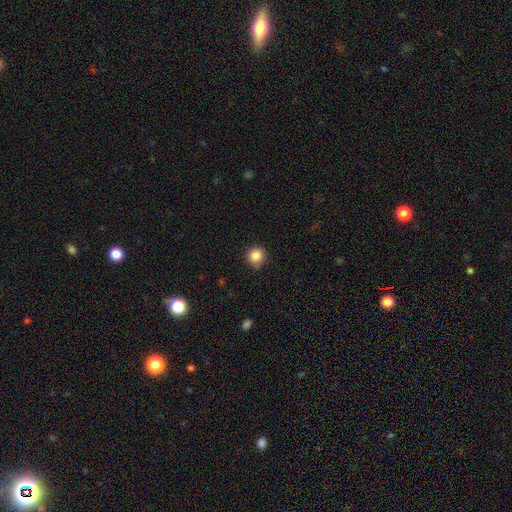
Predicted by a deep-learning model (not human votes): The model was most divided on "merging": none: 75%, minor disturbance: 20%, major disturbance: 3%, merger: 2%. More confident: how rounded — round (92%); smooth or featured — smooth (85%).